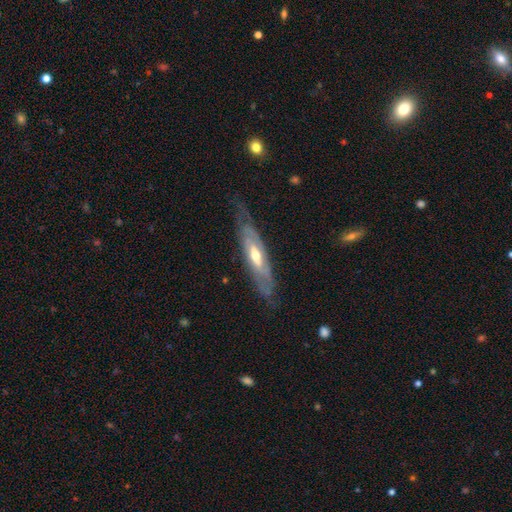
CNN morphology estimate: Smooth or featured? featured or disk (75%)
Edge-on disk? no (63%)
Merging? none (69%)